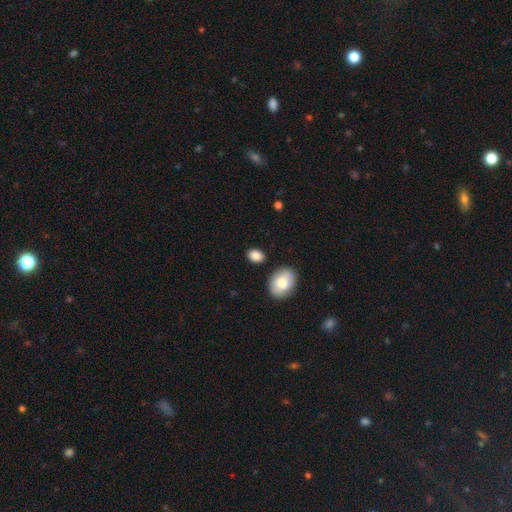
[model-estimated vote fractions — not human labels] This appears to be a smooth galaxy with no disk features (87%) that is in between round and cigar-shaped (73%). Merging: none (82%).